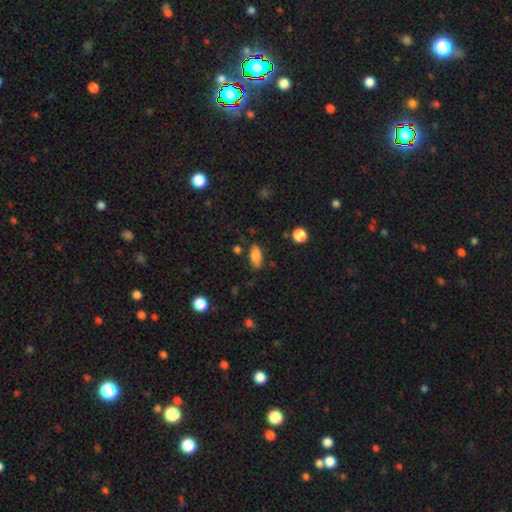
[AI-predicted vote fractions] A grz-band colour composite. It shows a smooth galaxy with no disk features (83%) that is in between round and cigar-shaped (87%). Merging: none (81%).